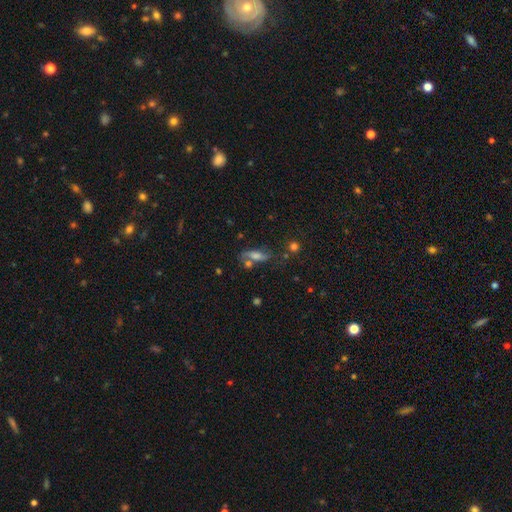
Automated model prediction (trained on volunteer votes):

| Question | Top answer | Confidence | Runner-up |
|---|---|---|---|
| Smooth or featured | smooth | 49% | featured or disk (37%) |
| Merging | none | 52% | minor disturbance (19%) |